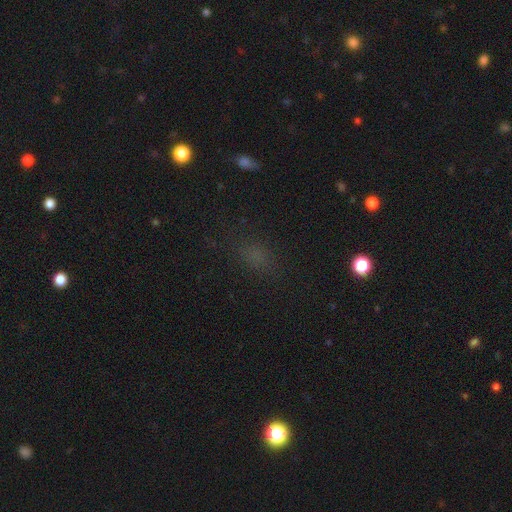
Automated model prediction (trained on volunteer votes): This is likely a smooth galaxy (63%). How rounded: likely in between (64%). Merging: likely none (76%).